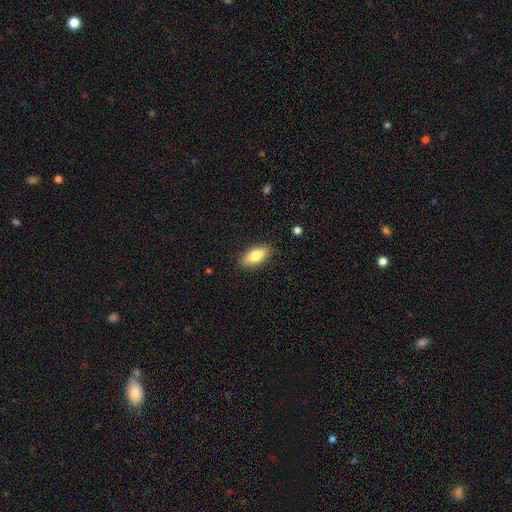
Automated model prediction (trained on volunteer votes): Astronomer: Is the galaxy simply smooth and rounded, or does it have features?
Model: smooth — 78%.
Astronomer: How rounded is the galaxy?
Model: in between — 84%.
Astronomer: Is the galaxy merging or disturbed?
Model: none — 88%.